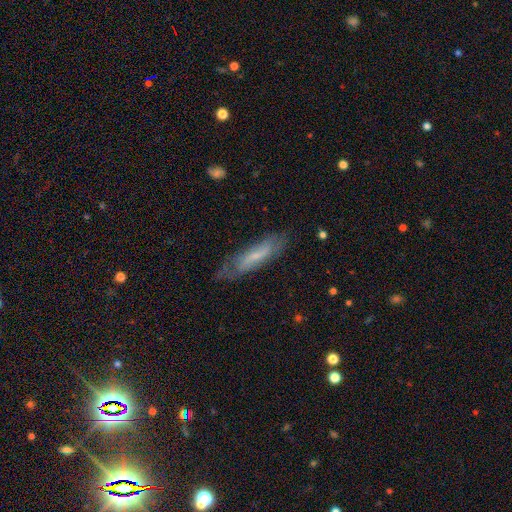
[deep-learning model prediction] The model was most divided on "smooth or featured": featured or disk: 49%, smooth: 44%, star or artifact: 7%. More confident: merging — none (69%).